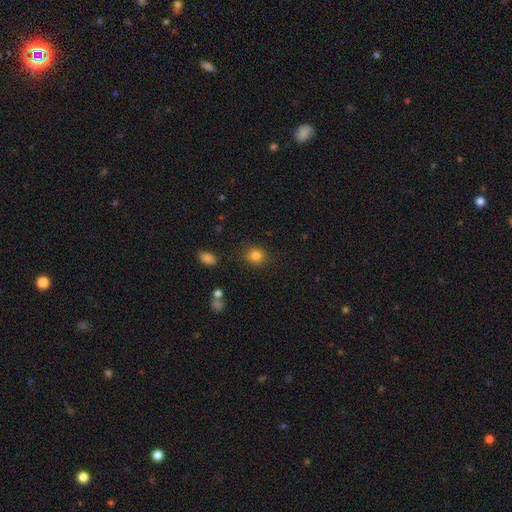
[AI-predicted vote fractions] smooth 82%, star or artifact 12%, featured or disk 6%. Down the decision tree: how rounded — round (74%); merging — none (85%).